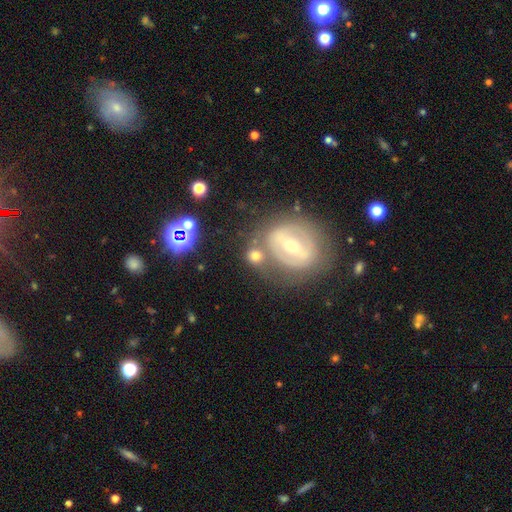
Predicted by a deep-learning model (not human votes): A smooth galaxy with no disk features (50%).

Vote fractions:
- Smooth or featured? smooth: 50% / featured or disk: 40% / star or artifact: 10%
- Merging? none: 57% / merger: 23% / minor disturbance: 14% / major disturbance: 6%